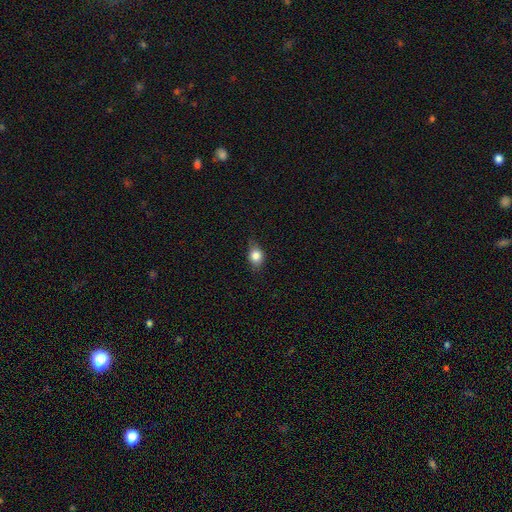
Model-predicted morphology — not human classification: smooth_or_featured: smooth (p=0.80) [alt: featured or disk p=0.10]
how_rounded: in between (p=0.53) [alt: round p=0.45]
merging: none (p=0.70) [alt: minor disturbance p=0.24]